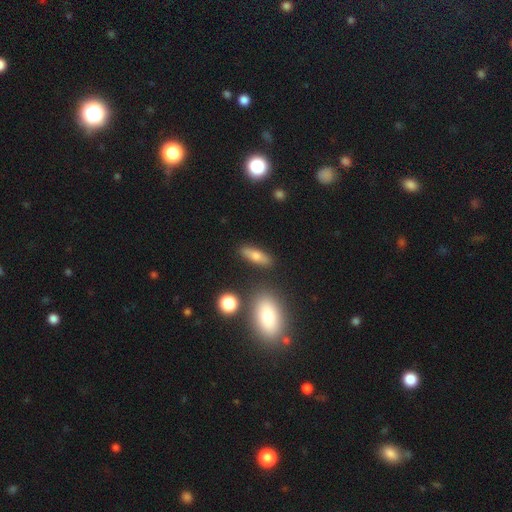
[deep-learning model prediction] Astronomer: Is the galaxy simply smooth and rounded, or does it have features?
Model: smooth — 66%.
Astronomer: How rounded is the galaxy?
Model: in between — 54% (runner-up: cigar-shaped, 41%).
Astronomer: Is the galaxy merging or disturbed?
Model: none — 84%.